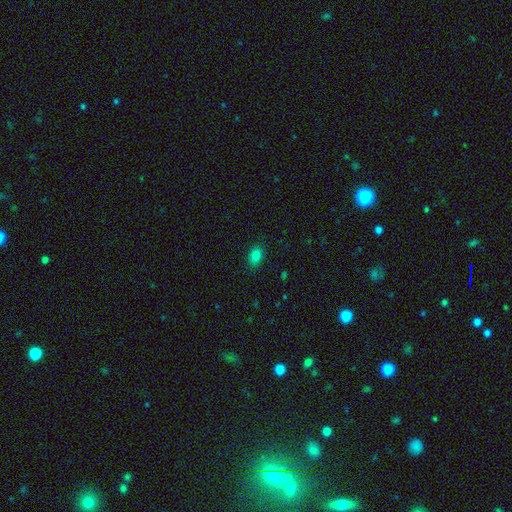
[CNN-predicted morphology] smooth_or_featured: smooth (p=0.84) [alt: star or artifact p=0.13]
how_rounded: in between (p=0.82) [alt: round p=0.16]
merging: none (p=0.86) [alt: minor disturbance p=0.10]